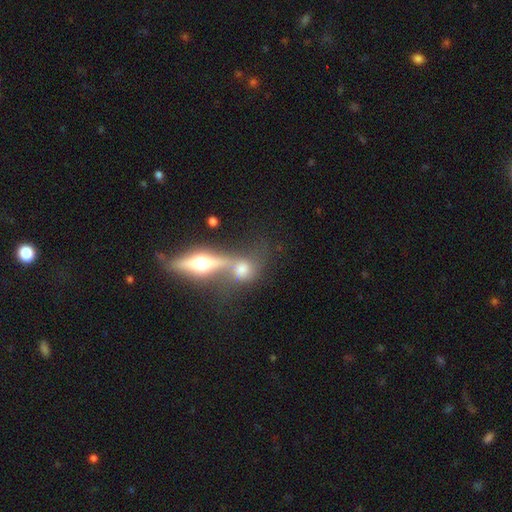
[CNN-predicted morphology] smooth-or-featured: featured or disk: 62% | smooth: 28% | star or artifact: 10%
  disk-edge-on: yes: 77% | no: 23%
  merging: merger: 59% | none: 28% | minor disturbance: 7% | major disturbance: 6%